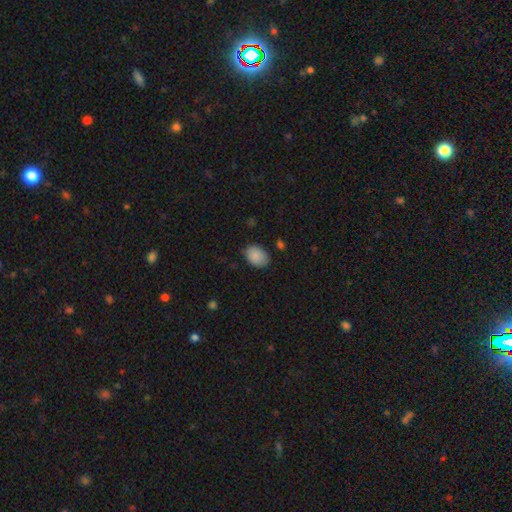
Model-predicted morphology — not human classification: A smooth galaxy with no disk features (89%) that is in between round and cigar-shaped (73%). Merging: none (79%).